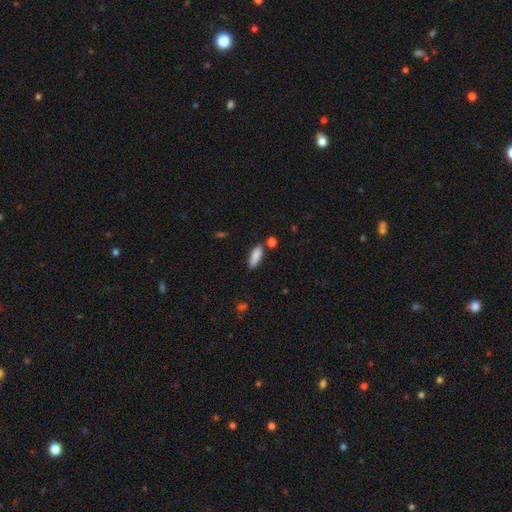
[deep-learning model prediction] Morphology: type=smooth (87%); roundness=in between (52%); merging=none (78%).